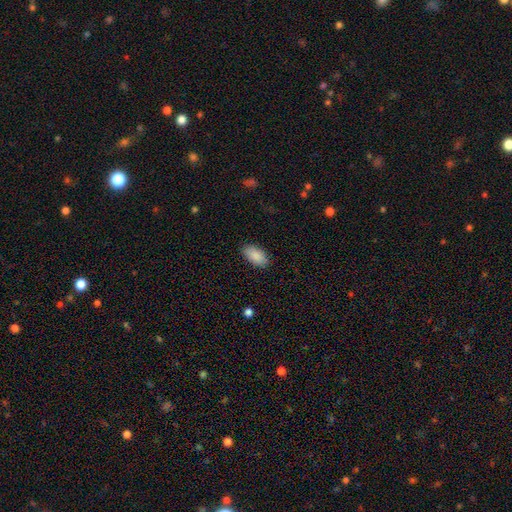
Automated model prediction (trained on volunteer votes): Smooth or featured? smooth (89%)
How rounded? in between (94%)
Merging? none (85%)